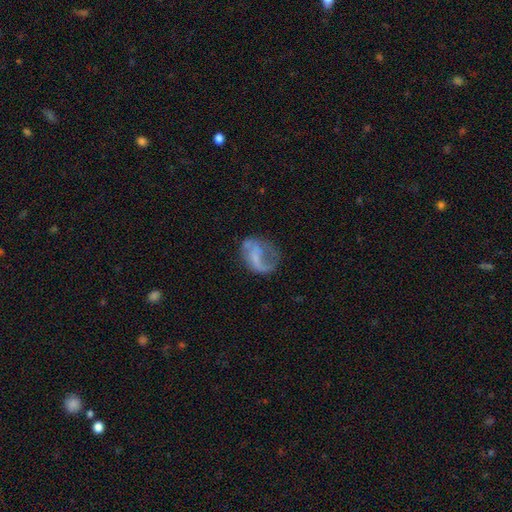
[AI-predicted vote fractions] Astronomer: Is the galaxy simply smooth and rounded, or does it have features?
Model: featured or disk — 61%.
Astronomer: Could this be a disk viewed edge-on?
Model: no — 97%.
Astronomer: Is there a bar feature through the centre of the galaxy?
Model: no — 46% (runner-up: weak, 39%).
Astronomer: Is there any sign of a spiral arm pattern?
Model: yes — 68%.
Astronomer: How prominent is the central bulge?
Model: none — 47% (runner-up: small, 36%).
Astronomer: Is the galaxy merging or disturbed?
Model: none — 41% (runner-up: major disturbance, 32%).